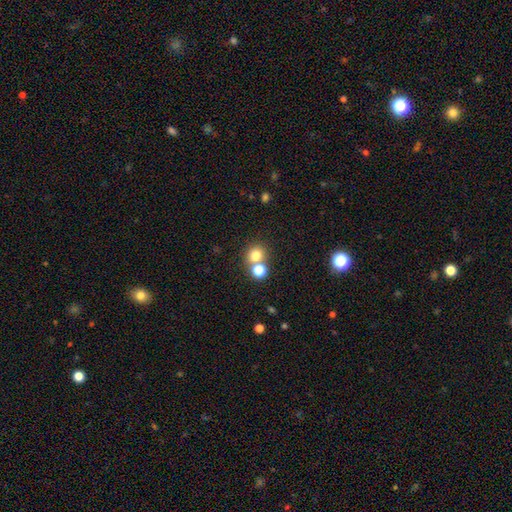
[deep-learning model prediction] Smooth or featured? smooth (76%)
How rounded? round (85%)
Merging? none (60%)